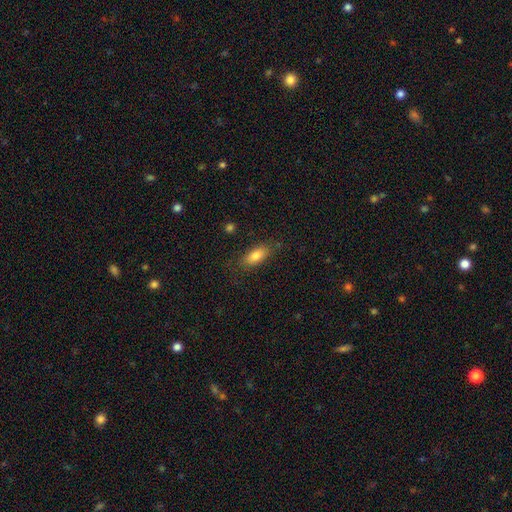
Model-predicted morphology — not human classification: This is clearly a smooth galaxy (81%). How rounded: clearly in between (84%). Merging: likely none (78%).